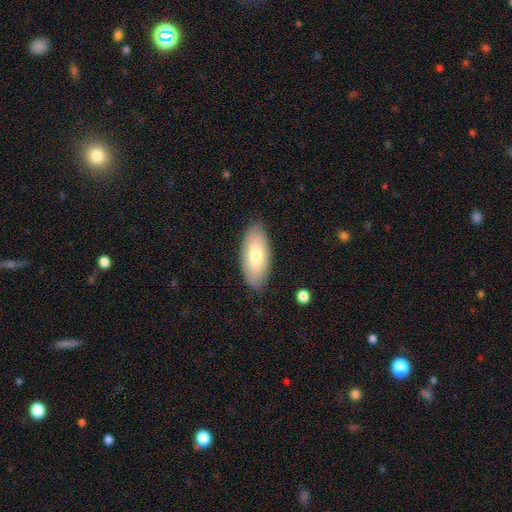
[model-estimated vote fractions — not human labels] This appears to be a smooth galaxy with no disk features (71%) that is in between round and cigar-shaped (84%). Merging: none (85%).